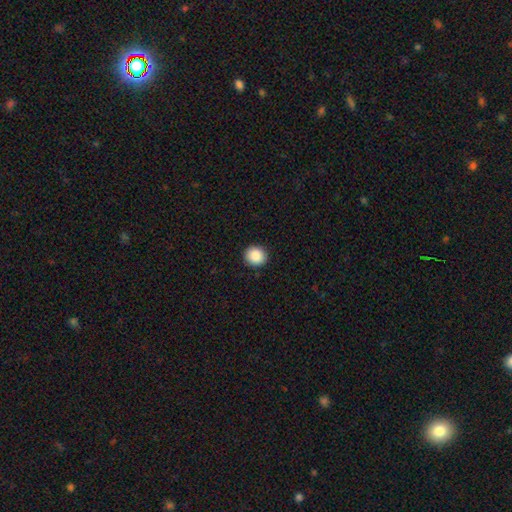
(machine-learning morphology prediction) Overall: smooth (88%). How rounded: round (88%). Merging: none (92%).